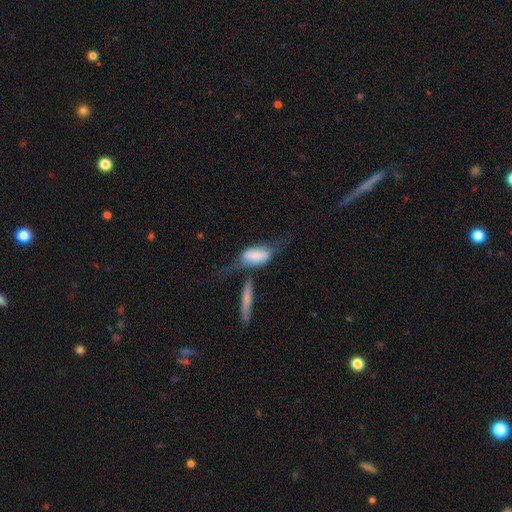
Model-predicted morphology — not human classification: Smooth or featured? Predicted: smooth (p=0.63). How rounded? Predicted: in between (p=0.79). Merging? Predicted: merger (p=0.29).